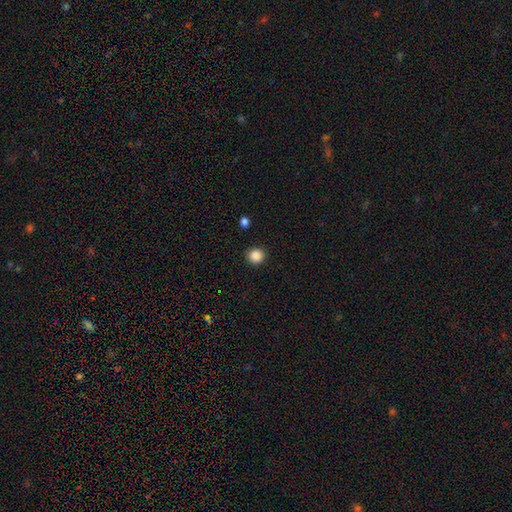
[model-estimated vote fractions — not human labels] This appears to be a smooth galaxy with no disk features (87%) that is round (93%). Merging: none (92%).